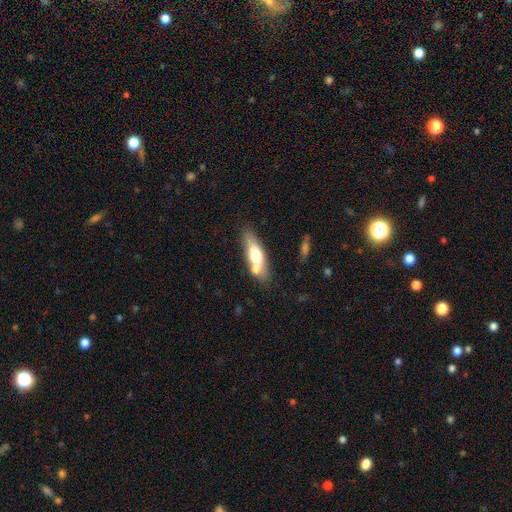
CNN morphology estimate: smooth_or_featured: smooth (p=0.58) [alt: featured or disk p=0.36]
how_rounded: cigar-shaped (p=0.49) [alt: in between p=0.48]
merging: none (p=0.61) [alt: merger p=0.21]